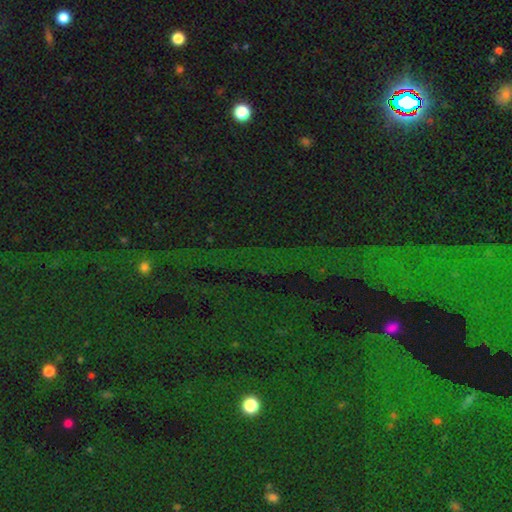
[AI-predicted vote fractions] This appears to be a star or artifact, not a galaxy (83%).